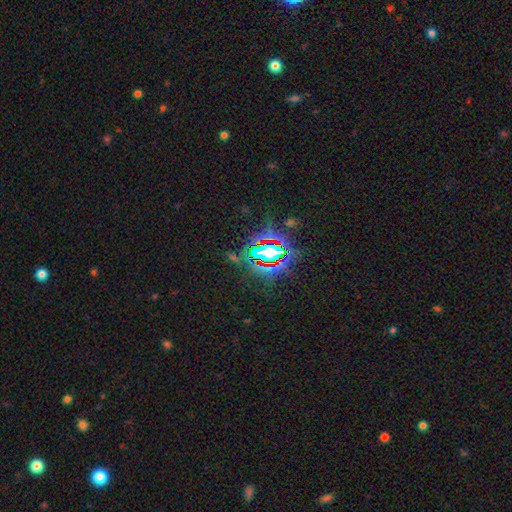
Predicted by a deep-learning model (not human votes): Overall: star or artifact (83%).